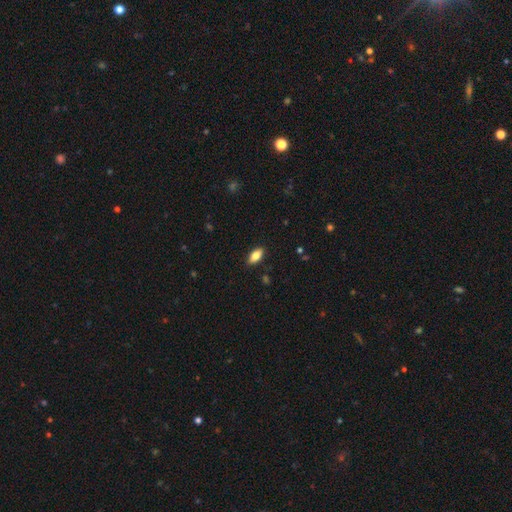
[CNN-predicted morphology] Smooth or featured? smooth (80%)
How rounded? in between (89%)
Merging? none (88%)